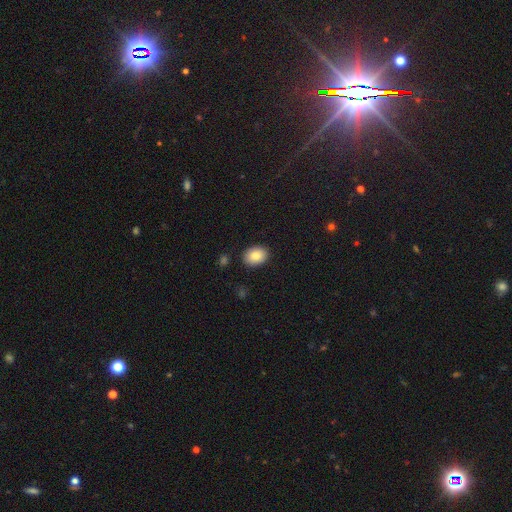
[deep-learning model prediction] A smooth galaxy with no disk features (85%) that is in between round and cigar-shaped (71%).

Vote fractions:
- Smooth or featured? smooth: 85% / star or artifact: 8% / featured or disk: 7%
- How rounded? in between: 71% / round: 28% / cigar-shaped: 1%
- Merging? none: 88% / minor disturbance: 8% / major disturbance: 2% / merger: 2%